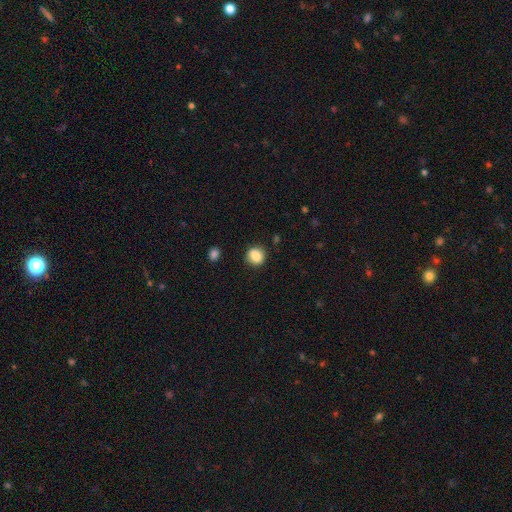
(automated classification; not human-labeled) Morphology: type=smooth (85%); roundness=round (72%); merging=none (81%).